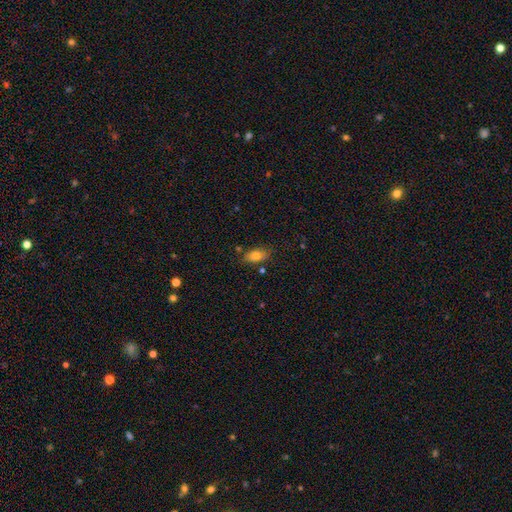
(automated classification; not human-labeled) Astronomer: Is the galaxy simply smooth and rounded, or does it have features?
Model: smooth — 79%.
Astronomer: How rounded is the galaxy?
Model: in between — 89%.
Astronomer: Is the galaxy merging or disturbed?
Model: none — 78%.